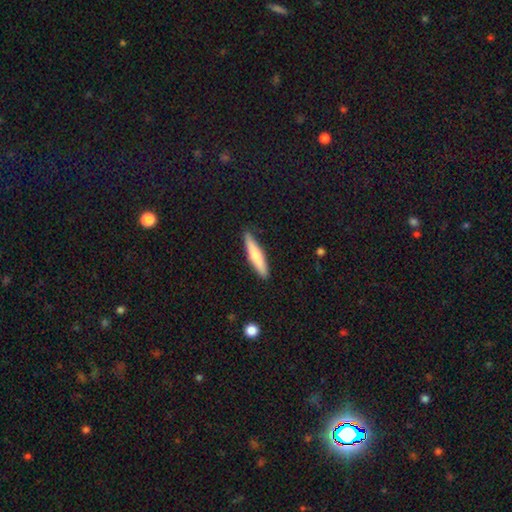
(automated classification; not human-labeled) A smooth galaxy with no disk features (68%) that is cigar-shaped (87%).

Vote fractions:
- Smooth or featured? smooth: 68% / featured or disk: 27% / star or artifact: 5%
- How rounded? cigar-shaped: 87% / in between: 11% / round: 1%
- Merging? none: 89% / minor disturbance: 8% / major disturbance: 2% / merger: 1%